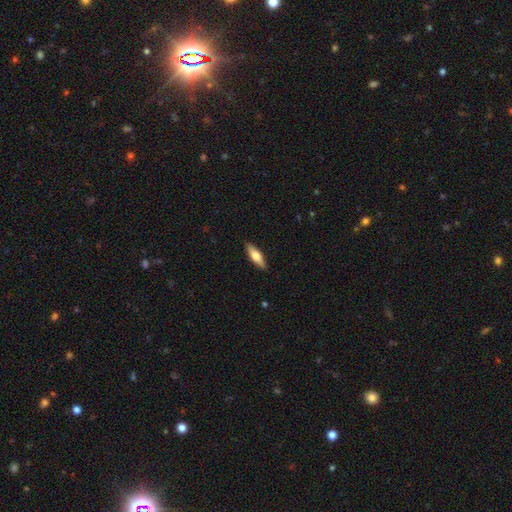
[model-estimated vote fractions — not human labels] Smooth or featured?
  - smooth: 62% *
  - featured or disk: 33%
  - star or artifact: 5%
How rounded?
  - cigar-shaped: 51% *
  - in between: 46%
  - round: 2%
Merging?
  - none: 89% *
  - minor disturbance: 8%
  - major disturbance: 2%
  - merger: 1%